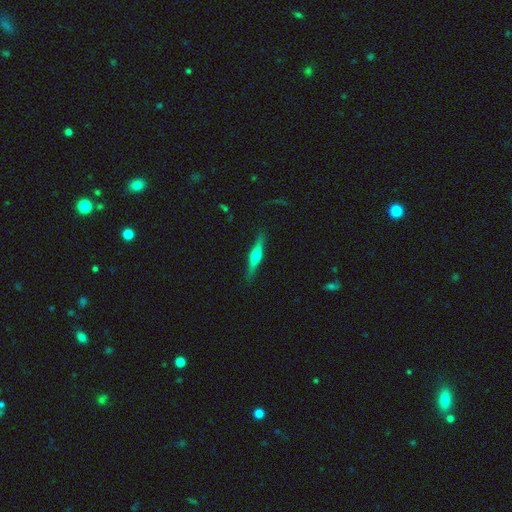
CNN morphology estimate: Smooth or featured? Predicted: featured or disk (p=0.62). Edge-on disk? Predicted: yes (p=0.97). Edge-on bulge? Predicted: rounded (p=0.90). Merging? Predicted: none (p=0.88).